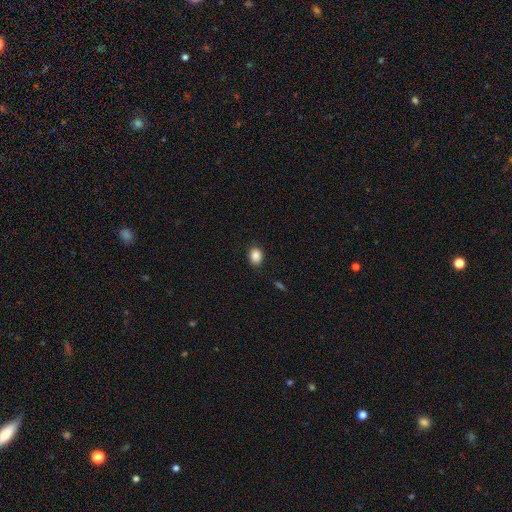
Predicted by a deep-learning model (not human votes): Smooth or featured? smooth (88%)
How rounded? in between (55%)
Merging? none (88%)